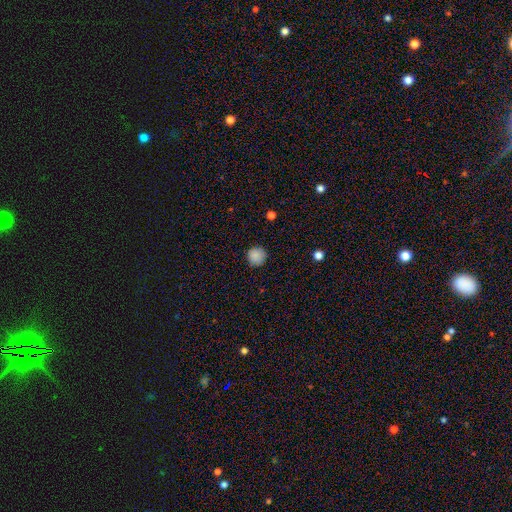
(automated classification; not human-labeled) A smooth galaxy with no disk features (87%) that is round (95%). Merging: none (89%).